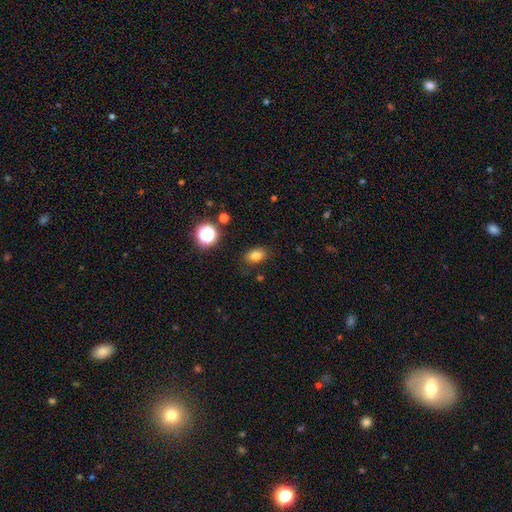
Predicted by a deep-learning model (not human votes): This appears to be a smooth galaxy with no disk features (80%) that is in between round and cigar-shaped (81%). Merging: none (84%).